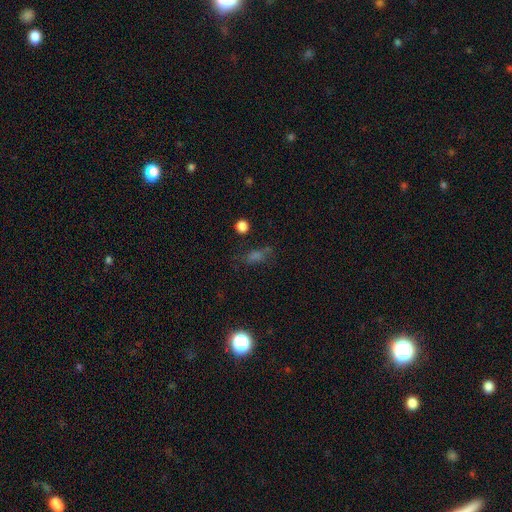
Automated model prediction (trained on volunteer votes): Smooth or featured?
  - smooth: 54% *
  - star or artifact: 32%
  - featured or disk: 14%
How rounded?
  - in between: 60% *
  - round: 23%
  - cigar-shaped: 17%
Merging?
  - none: 65% *
  - minor disturbance: 19%
  - major disturbance: 11%
  - merger: 4%